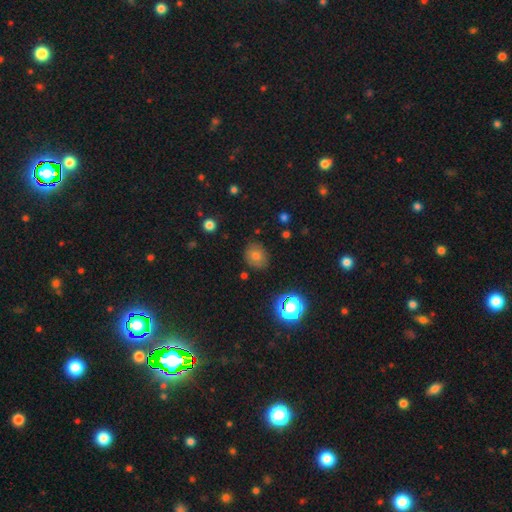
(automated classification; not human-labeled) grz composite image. It shows a smooth galaxy with no disk features (72%) that is round (60%). Merging: none (82%).